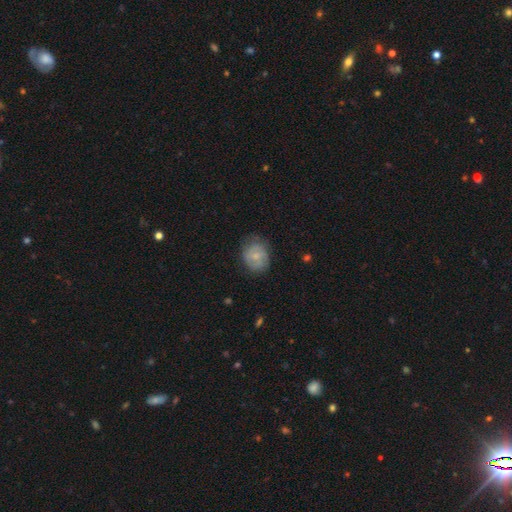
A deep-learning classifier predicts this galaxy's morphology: smooth-or-featured: smooth: 64% | featured or disk: 29% | star or artifact: 7%
  how-rounded: round: 59% | in between: 40% | cigar-shaped: 1%
  merging: none: 65% | minor disturbance: 26% | major disturbance: 8% | merger: 1%